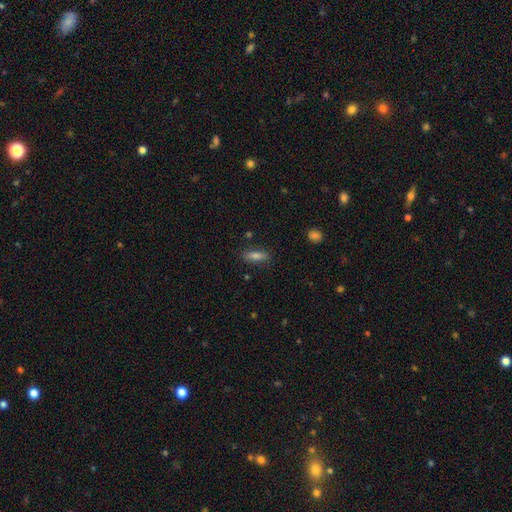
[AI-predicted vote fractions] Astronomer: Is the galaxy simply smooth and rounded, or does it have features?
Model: smooth — 75%.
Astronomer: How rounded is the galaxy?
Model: in between — 59% (runner-up: cigar-shaped, 38%).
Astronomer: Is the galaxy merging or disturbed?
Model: none — 85%.